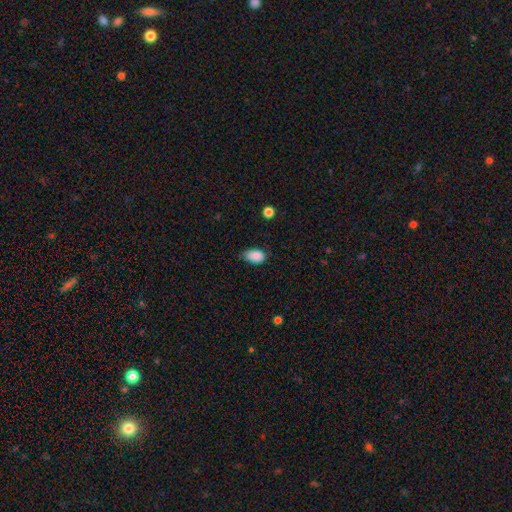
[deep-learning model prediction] Morphology: type=smooth (87%); roundness=in between (89%); merging=none (56%).